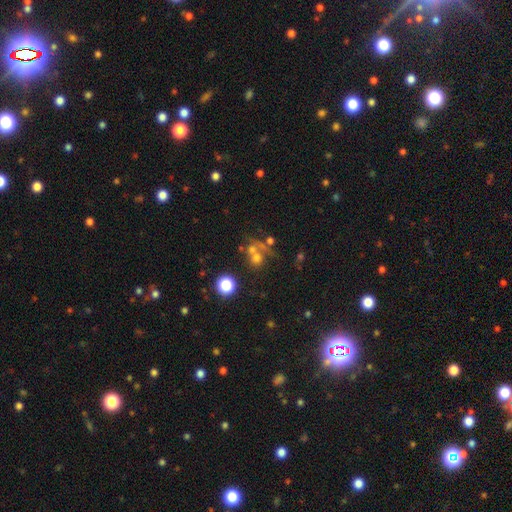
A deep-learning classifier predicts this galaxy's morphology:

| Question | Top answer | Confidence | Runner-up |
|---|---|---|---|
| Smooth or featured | smooth | 54% | star or artifact (25%) |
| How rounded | round | 79% | in between (19%) |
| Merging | merger | 43% | none (37%) |